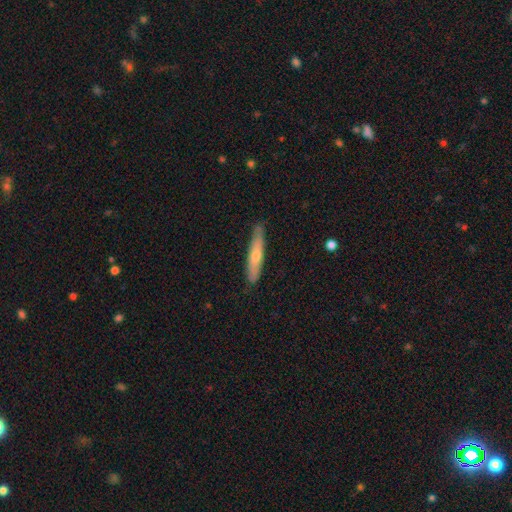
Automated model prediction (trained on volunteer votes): smooth_or_featured: smooth (p=0.58) [alt: featured or disk p=0.37]
how_rounded: cigar-shaped (p=0.89) [alt: in between p=0.09]
merging: none (p=0.84) [alt: minor disturbance p=0.13]